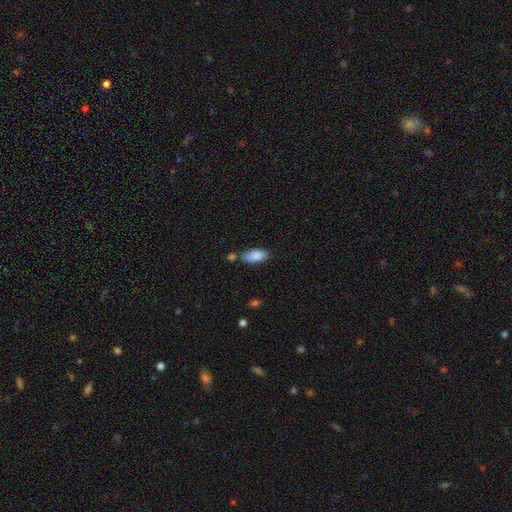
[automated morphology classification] Overall: smooth (86%). How rounded: in between (88%). Merging: none (65%).